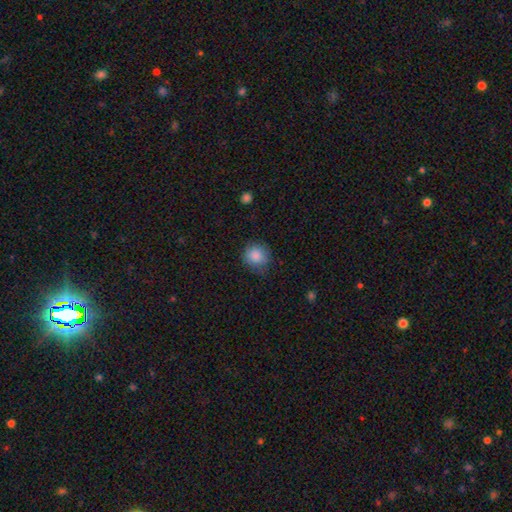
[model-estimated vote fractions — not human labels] smooth_or_featured: smooth (p=0.87) [alt: star or artifact p=0.08]
how_rounded: round (p=0.89) [alt: in between p=0.10]
merging: none (p=0.74) [alt: minor disturbance p=0.20]